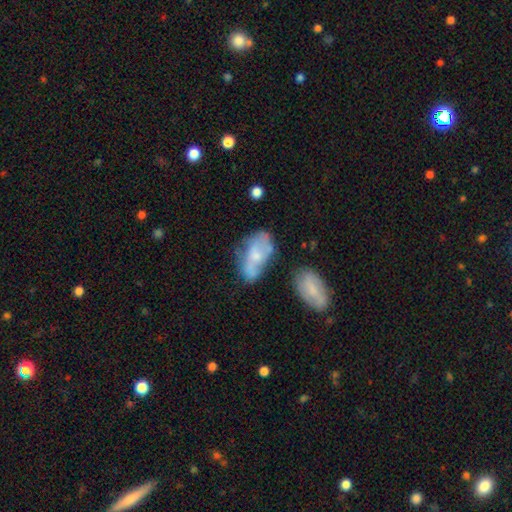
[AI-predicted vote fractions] This is possibly a featured or disk galaxy (47%). Merging: marginally none (41%).